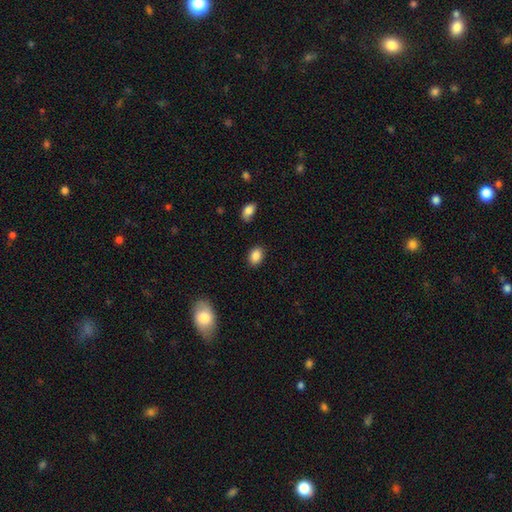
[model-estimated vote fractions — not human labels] A smooth galaxy with no disk features (87%) that is in between round and cigar-shaped (78%).

Vote fractions:
- Smooth or featured? smooth: 87% / star or artifact: 9% / featured or disk: 4%
- How rounded? in between: 78% / round: 20% / cigar-shaped: 1%
- Merging? none: 85% / minor disturbance: 11% / major disturbance: 3% / merger: 2%